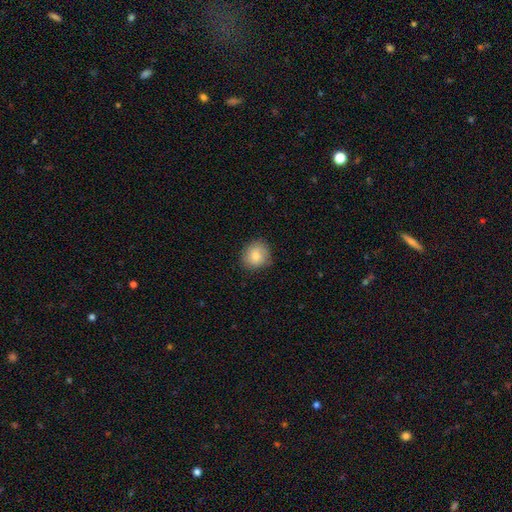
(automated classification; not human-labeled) Q: Smooth or featured?
A: smooth (82%); runner-up: featured or disk (10%)
Q: How rounded?
A: round (83%); runner-up: in between (16%)
Q: Merging?
A: none (82%); runner-up: minor disturbance (14%)